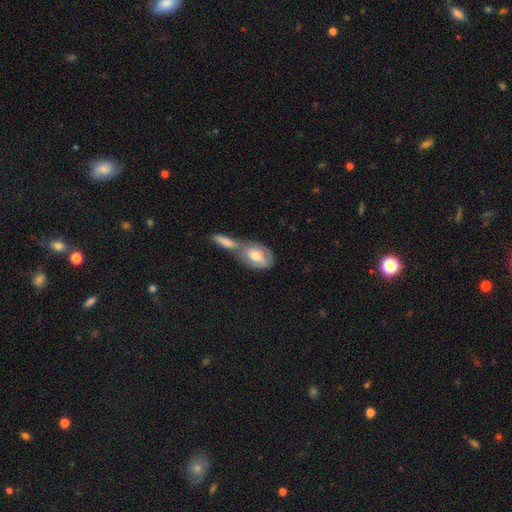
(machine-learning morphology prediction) Smooth or featured?
  - smooth: 51% *
  - featured or disk: 43%
  - star or artifact: 6%
How rounded?
  - in between: 80% *
  - round: 14%
  - cigar-shaped: 6%
Merging?
  - merger: 58% *
  - none: 25%
  - minor disturbance: 11%
  - major disturbance: 5%